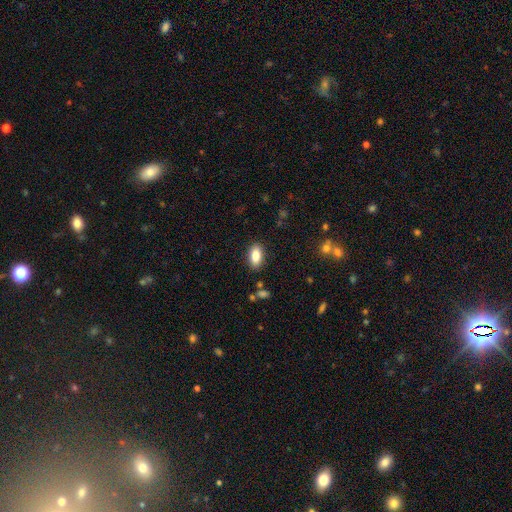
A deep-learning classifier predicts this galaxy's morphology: type=smooth (84%); roundness=in between (90%); merging=none (88%).